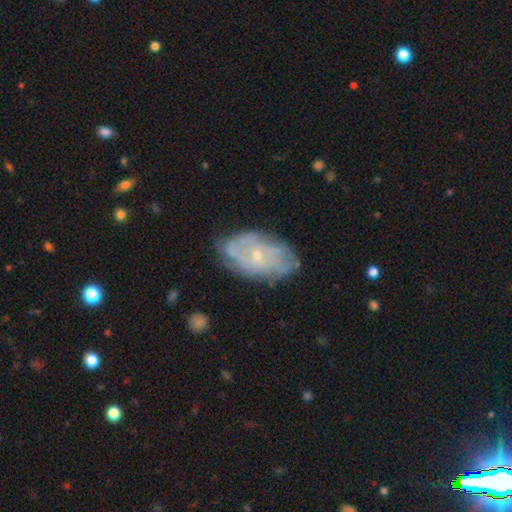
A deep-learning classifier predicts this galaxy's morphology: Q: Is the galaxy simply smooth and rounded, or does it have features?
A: featured or disk — 69%.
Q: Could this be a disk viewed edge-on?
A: no — 95%.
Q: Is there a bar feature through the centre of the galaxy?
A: no — 74%.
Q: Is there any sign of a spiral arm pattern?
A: yes — 73%.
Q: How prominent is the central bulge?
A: small — 74%.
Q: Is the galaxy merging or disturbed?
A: none — 71%.